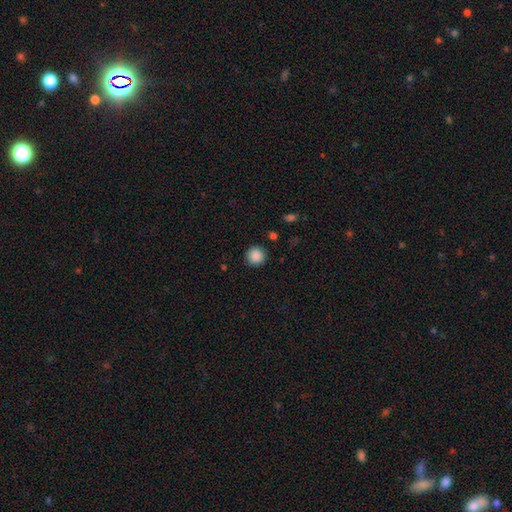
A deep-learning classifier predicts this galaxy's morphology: A smooth galaxy with no disk features (88%) that is round (95%). Merging: none (91%).